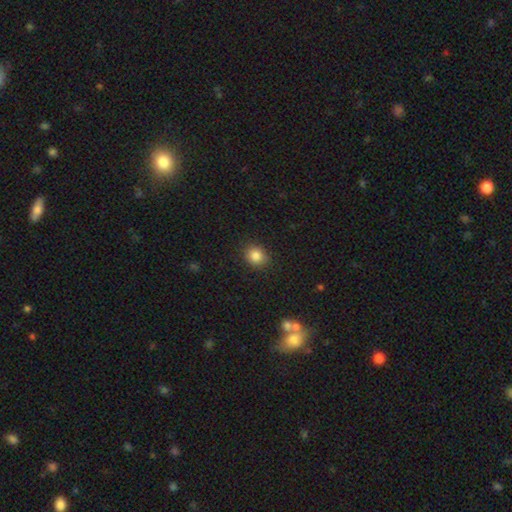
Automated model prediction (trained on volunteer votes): smooth 85%, star or artifact 10%, featured or disk 5%. Down the decision tree: how rounded — round (69%); merging — none (86%).